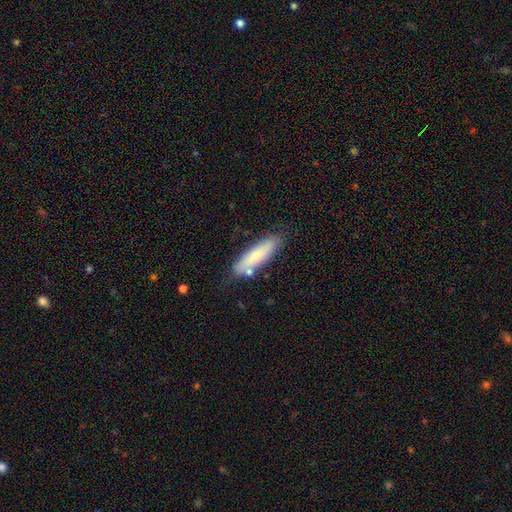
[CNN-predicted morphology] Smooth or featured? Predicted: smooth (p=0.74). How rounded? Predicted: cigar-shaped (p=0.63). Merging? Predicted: none (p=0.76).